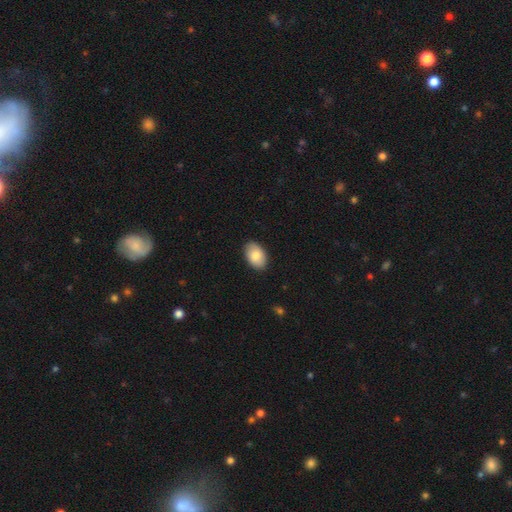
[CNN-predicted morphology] A smooth galaxy with no disk features (85%) that is in between round and cigar-shaped (91%). Merging: none (88%).